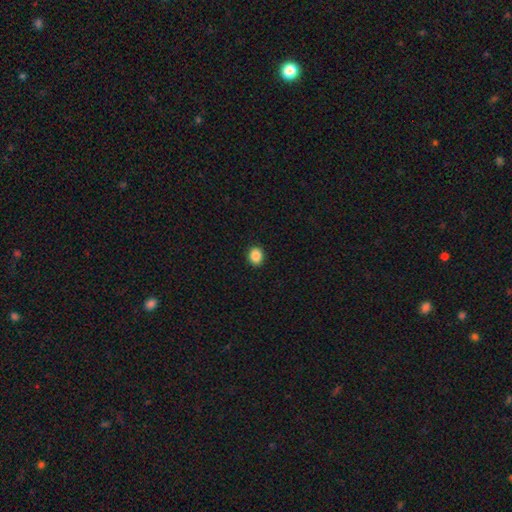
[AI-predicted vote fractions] Morphology: type=smooth (88%); roundness=round (76%); merging=none (92%).